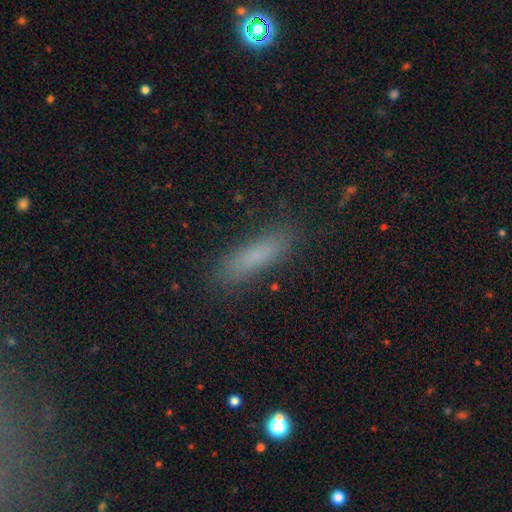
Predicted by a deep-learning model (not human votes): Smooth or featured: smooth — 79% (star or artifact — 11%)
How rounded: cigar-shaped — 70% (in between — 28%)
Merging: none — 86% (minor disturbance — 10%)